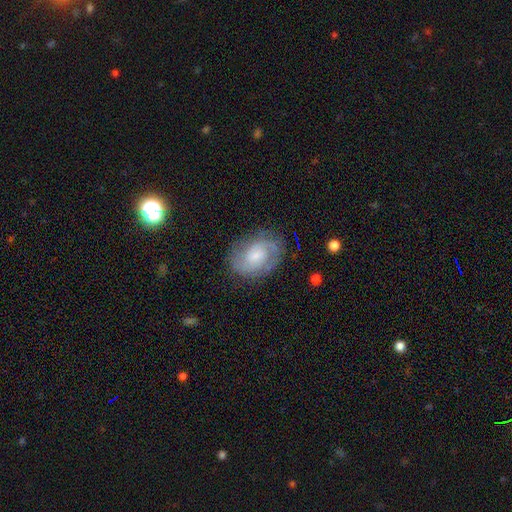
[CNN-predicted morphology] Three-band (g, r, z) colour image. It shows a featured or disk galaxy (72%) with no bar (48%), 2 (69%) medium (45%) spiral arms (92%) and a small central bulge (43%). Merging: none (75%).